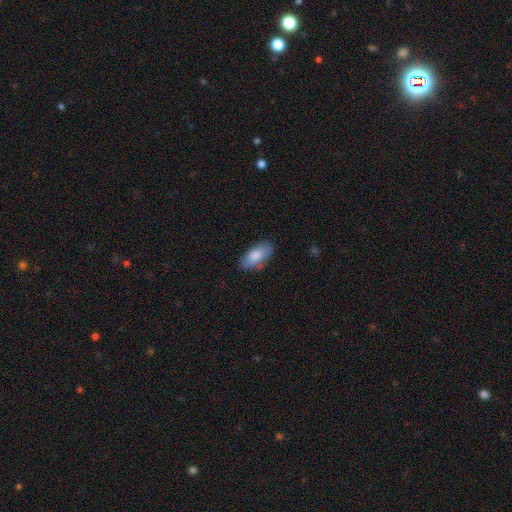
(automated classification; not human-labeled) smooth 83%, featured or disk 11%, star or artifact 6%. Down the decision tree: how rounded — in between (89%); merging — none (79%).